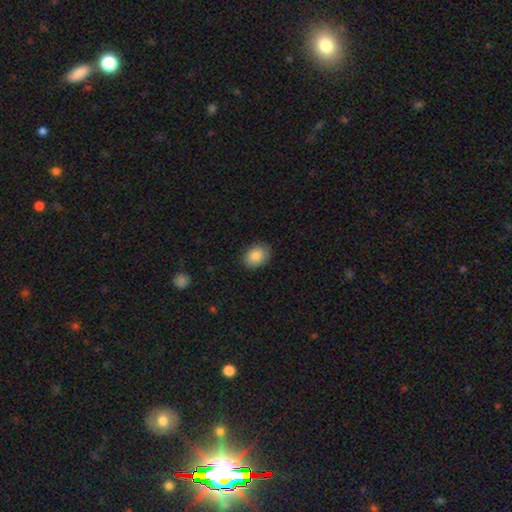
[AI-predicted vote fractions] A smooth galaxy with no disk features (87%) that is in between round and cigar-shaped (68%).

Vote fractions:
- Smooth or featured? smooth: 87% / star or artifact: 8% / featured or disk: 6%
- How rounded? in between: 68% / round: 31% / cigar-shaped: 1%
- Merging? none: 87% / minor disturbance: 10% / major disturbance: 2% / merger: 1%